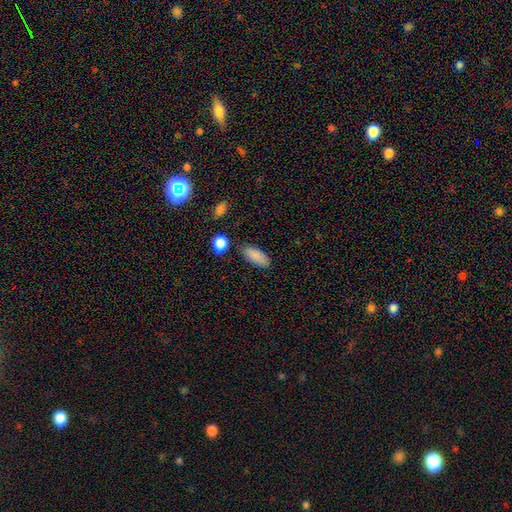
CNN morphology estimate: Smooth or featured? Predicted: smooth (p=0.87). How rounded? Predicted: in between (p=0.86). Merging? Predicted: none (p=0.81).